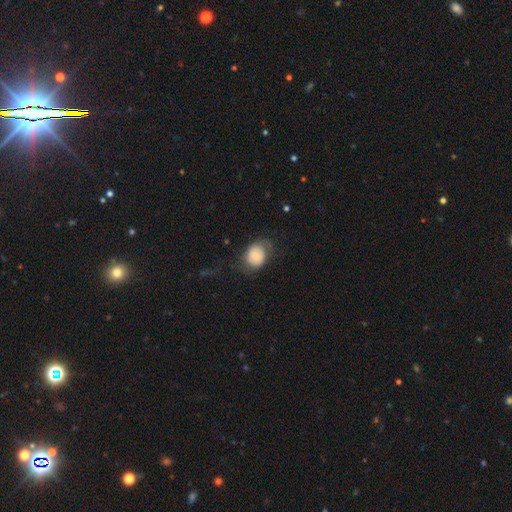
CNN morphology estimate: A smooth galaxy with no disk features (62%) that is round (55%).

Vote fractions:
- Smooth or featured? smooth: 62% / featured or disk: 31% / star or artifact: 8%
- How rounded? round: 55% / in between: 44% / cigar-shaped: 1%
- Merging? none: 50% / major disturbance: 25% / minor disturbance: 23% / merger: 2%